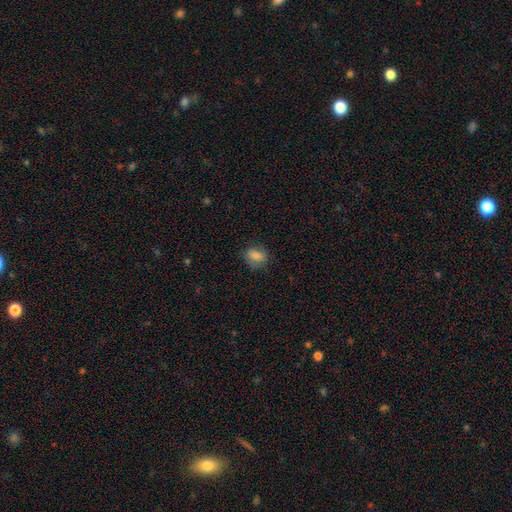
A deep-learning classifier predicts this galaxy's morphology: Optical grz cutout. It shows a smooth galaxy with no disk features (83%) that is in between round and cigar-shaped (63%). Merging: none (75%).